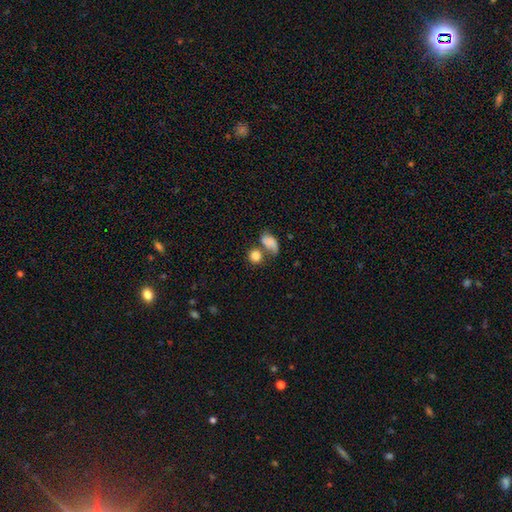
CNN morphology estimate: A smooth galaxy with no disk features (81%) that is round (75%).

Vote fractions:
- Smooth or featured? smooth: 81% / featured or disk: 10% / star or artifact: 9%
- How rounded? round: 75% / in between: 23% / cigar-shaped: 2%
- Merging? none: 44% / merger: 36% / minor disturbance: 11% / major disturbance: 8%